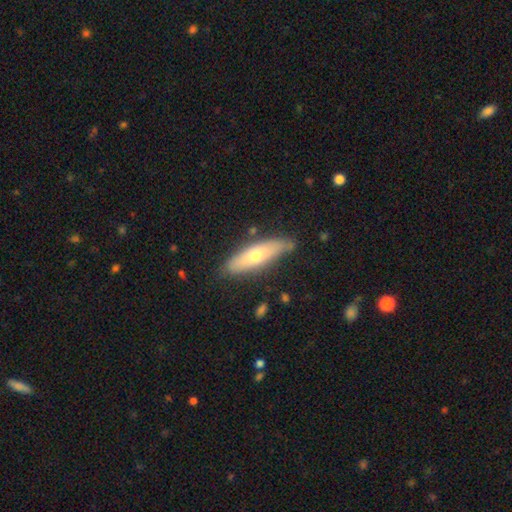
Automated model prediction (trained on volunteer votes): Smooth or featured: smooth — 58% (featured or disk — 36%)
How rounded: cigar-shaped — 58% (in between — 40%)
Merging: none — 78% (minor disturbance — 16%)